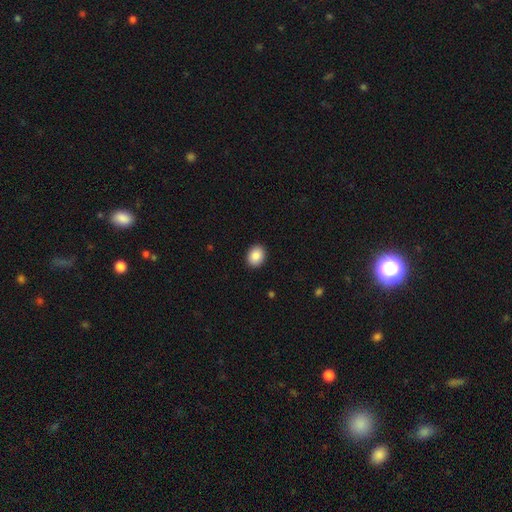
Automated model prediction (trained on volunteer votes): A smooth galaxy with no disk features (88%) that is in between round and cigar-shaped (55%). Merging: none (92%).